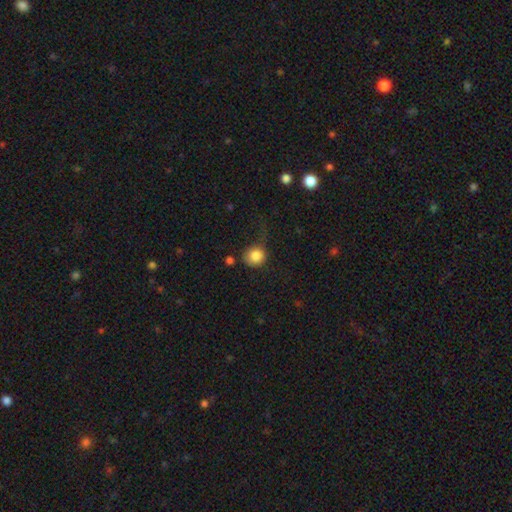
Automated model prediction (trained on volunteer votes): This is clearly a smooth galaxy (84%). How rounded: clearly round (84%). Merging: possibly none (46%).